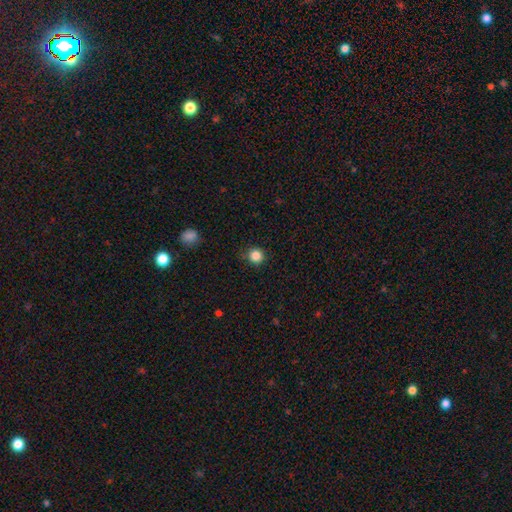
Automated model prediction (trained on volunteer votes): Smooth or featured? smooth (86%)
How rounded? round (94%)
Merging? none (89%)